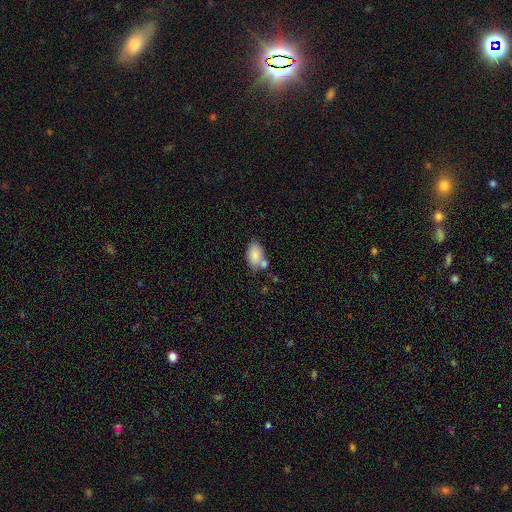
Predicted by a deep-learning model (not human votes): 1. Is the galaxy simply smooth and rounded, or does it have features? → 83% smooth, 10% featured or disk, 7% star or artifact.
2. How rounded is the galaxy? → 90% in between, 8% round, 2% cigar-shaped.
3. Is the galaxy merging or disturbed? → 45% none, 31% merger, 18% minor disturbance, 6% major disturbance.